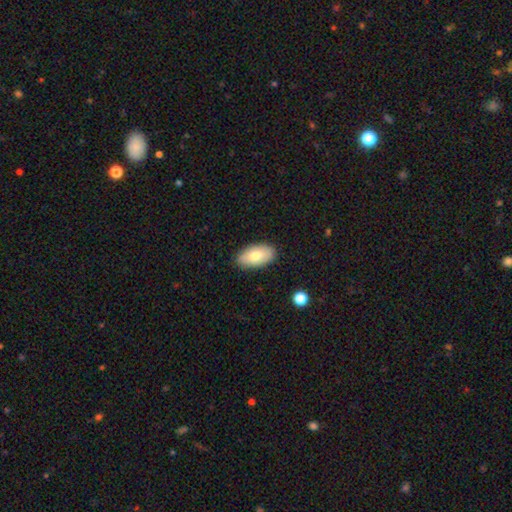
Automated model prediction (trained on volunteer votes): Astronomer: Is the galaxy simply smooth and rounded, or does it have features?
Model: smooth — 75%.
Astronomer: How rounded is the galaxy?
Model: in between — 94%.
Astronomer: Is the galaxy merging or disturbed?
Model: none — 86%.